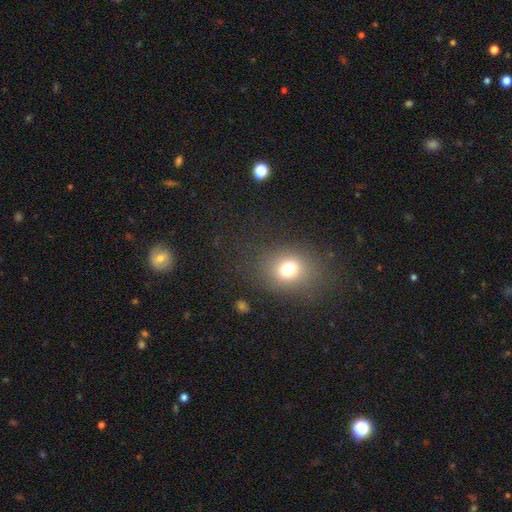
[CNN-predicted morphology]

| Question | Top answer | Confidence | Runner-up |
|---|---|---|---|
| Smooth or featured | smooth | 65% | star or artifact (27%) |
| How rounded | round | 52% | in between (46%) |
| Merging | none | 85% | minor disturbance (9%) |